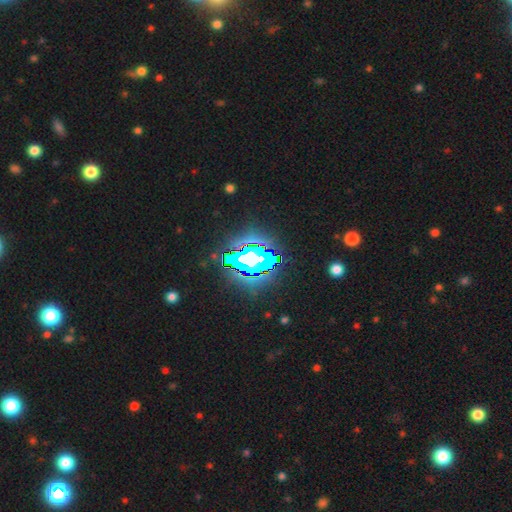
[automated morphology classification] Q: Smooth or featured?
A: star or artifact (77%); runner-up: featured or disk (12%)